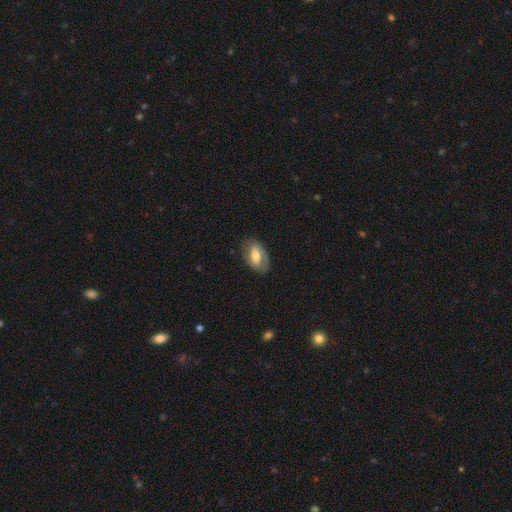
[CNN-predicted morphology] Smooth or featured?
  - featured or disk: 54% *
  - smooth: 39%
  - star or artifact: 6%
Edge-on disk?
  - no: 92% *
  - yes: 8%
Merging?
  - none: 74% *
  - minor disturbance: 18%
  - major disturbance: 6%
  - merger: 1%